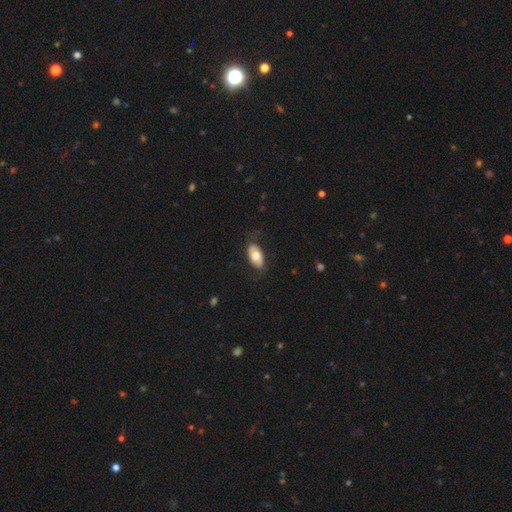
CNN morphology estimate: type=smooth (63%); roundness=in between (93%); merging=none (74%).